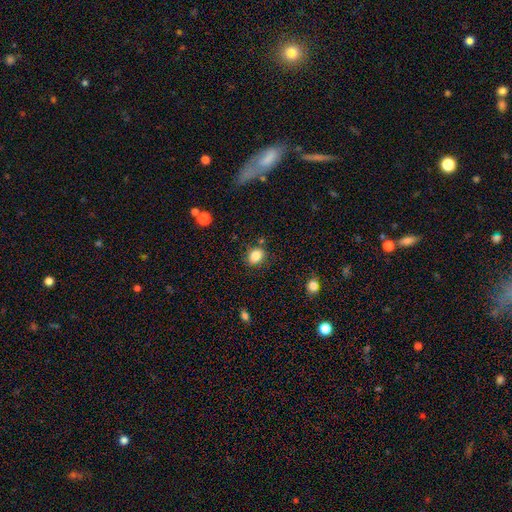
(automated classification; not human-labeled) The model was most divided on "how rounded": in between: 52%, round: 47%, cigar-shaped: 1%. More confident: smooth or featured — smooth (84%); merging — none (79%).